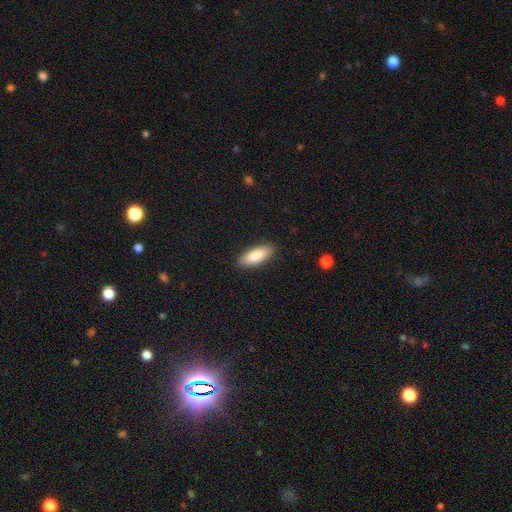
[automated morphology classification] A smooth galaxy with no disk features (87%) that is in between round and cigar-shaped (71%). Merging: none (89%).